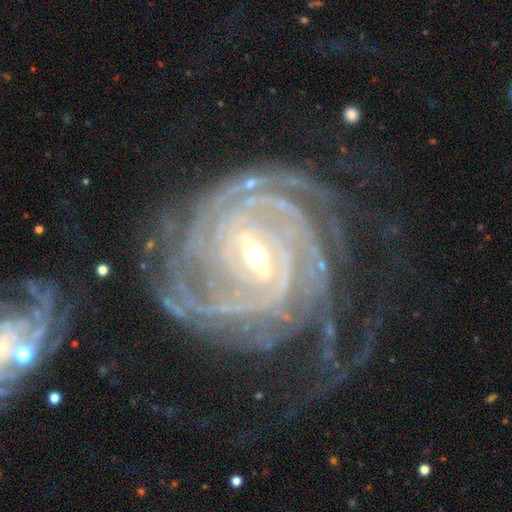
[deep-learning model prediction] A featured or disk galaxy (92%) with a strong bar (53%), 4 (25%) tight (82%) spiral arms (98%) and a moderate central bulge (49%). Merging: none (65%).